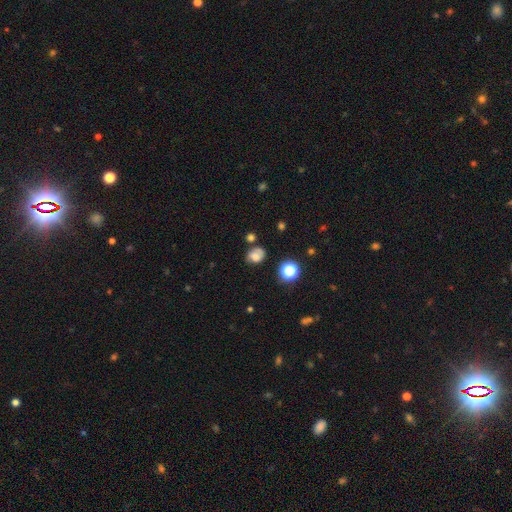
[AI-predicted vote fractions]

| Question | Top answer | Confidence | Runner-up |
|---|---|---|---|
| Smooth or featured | smooth | 67% | featured or disk (17%) |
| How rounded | in between | 51% | round (48%) |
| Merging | none | 58% | minor disturbance (25%) |